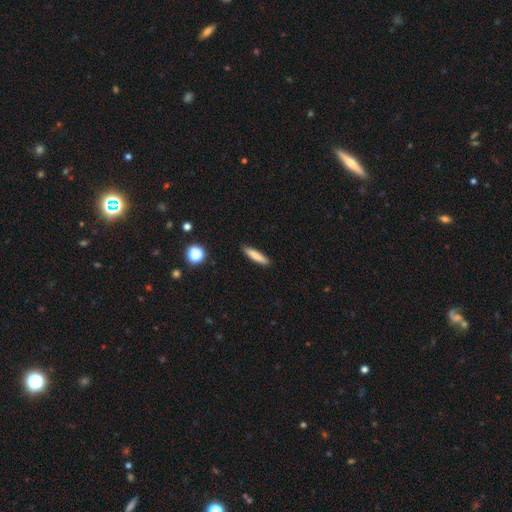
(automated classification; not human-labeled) A smooth galaxy with no disk features (79%) that is cigar-shaped (81%).

Vote fractions:
- Smooth or featured? smooth: 79% / featured or disk: 13% / star or artifact: 8%
- How rounded? cigar-shaped: 81% / in between: 17% / round: 2%
- Merging? none: 90% / minor disturbance: 7% / major disturbance: 2% / merger: 1%